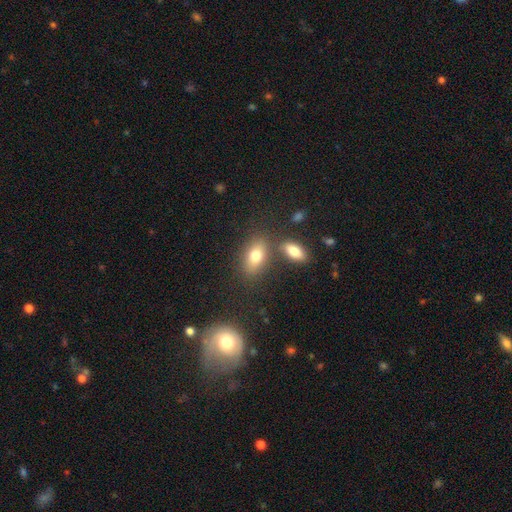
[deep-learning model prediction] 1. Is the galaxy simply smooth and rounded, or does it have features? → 75% smooth, 15% featured or disk, 10% star or artifact.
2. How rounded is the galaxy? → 83% in between, 11% round, 6% cigar-shaped.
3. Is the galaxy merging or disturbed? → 69% none, 15% merger, 12% minor disturbance, 4% major disturbance.